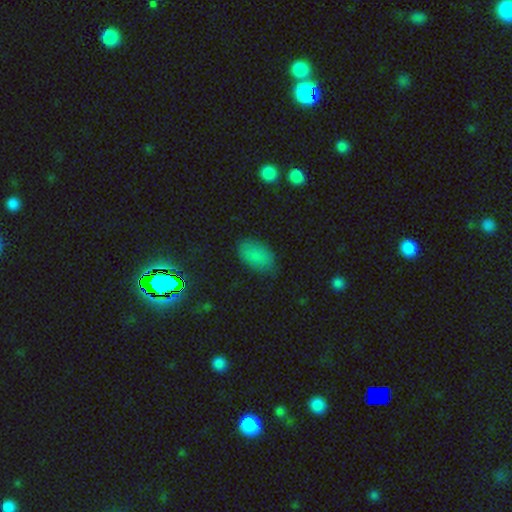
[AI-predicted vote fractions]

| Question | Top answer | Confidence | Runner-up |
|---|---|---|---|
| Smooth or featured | smooth | 81% | star or artifact (12%) |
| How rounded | in between | 93% | round (5%) |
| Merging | none | 77% | minor disturbance (18%) |